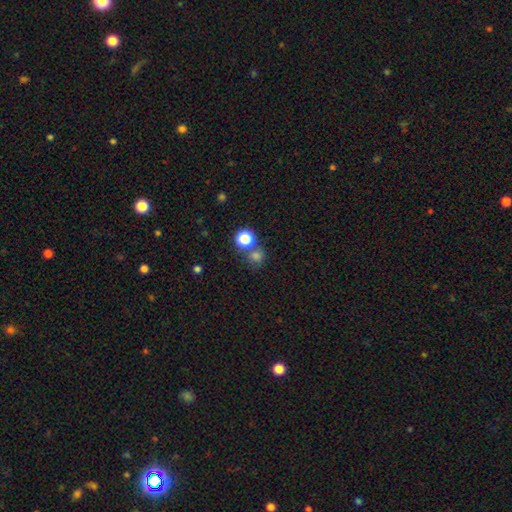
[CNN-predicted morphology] Smooth or featured? Predicted: smooth (p=0.73). How rounded? Predicted: round (p=0.88). Merging? Predicted: none (p=0.63).